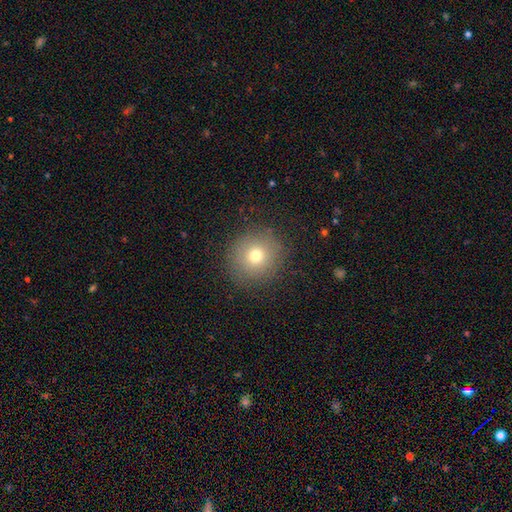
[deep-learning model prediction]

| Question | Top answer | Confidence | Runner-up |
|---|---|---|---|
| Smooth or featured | smooth | 72% | star or artifact (15%) |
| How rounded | round | 92% | in between (7%) |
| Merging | none | 86% | minor disturbance (9%) |